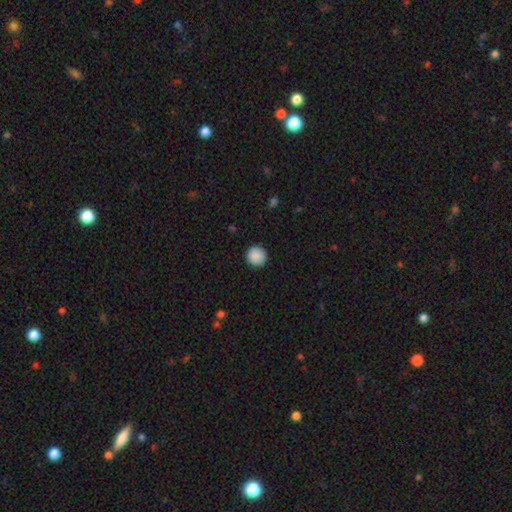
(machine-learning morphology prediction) A smooth galaxy with no disk features (89%) that is round (95%).

Vote fractions:
- Smooth or featured? smooth: 89% / star or artifact: 8% / featured or disk: 3%
- How rounded? round: 95% / in between: 4% / cigar-shaped: 1%
- Merging? none: 91% / minor disturbance: 6% / major disturbance: 2% / merger: 1%